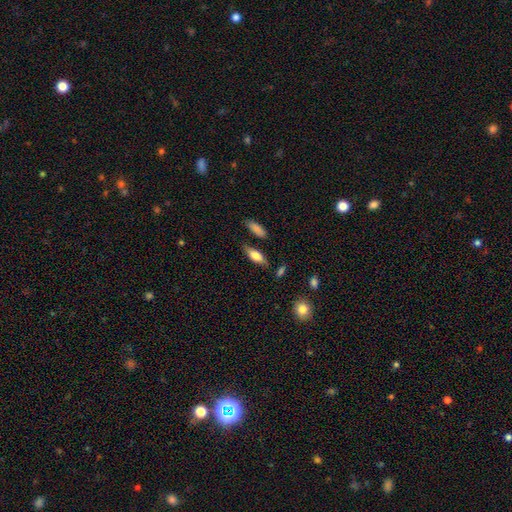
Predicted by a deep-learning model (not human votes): smooth 69%, featured or disk 24%, star or artifact 7%. Down the decision tree: how rounded — in between (68%); merging — none (77%).